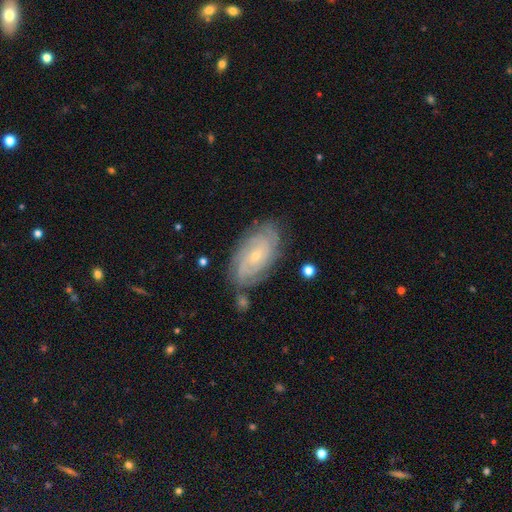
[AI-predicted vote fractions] Q: Smooth or featured?
A: featured or disk (82%); runner-up: smooth (12%)
Q: Edge-on disk?
A: no (95%); runner-up: yes (5%)
Q: Bar?
A: no (69%); runner-up: weak (25%)
Q: Spiral arms?
A: yes (95%); runner-up: no (5%)
Q: Spiral winding?
A: tight (75%); runner-up: medium (21%)
Q: Spiral arm count?
A: can't tell (33%); runner-up: 2 (19%)
Q: Bulge size?
A: small (77%); runner-up: moderate (20%)
Q: Merging?
A: none (75%); runner-up: minor disturbance (17%)